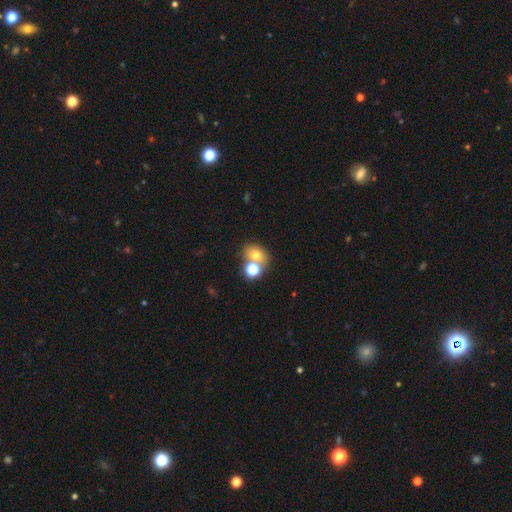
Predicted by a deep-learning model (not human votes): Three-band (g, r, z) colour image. It shows a smooth galaxy with no disk features (71%) that is round (57%). Merging: none (51%).